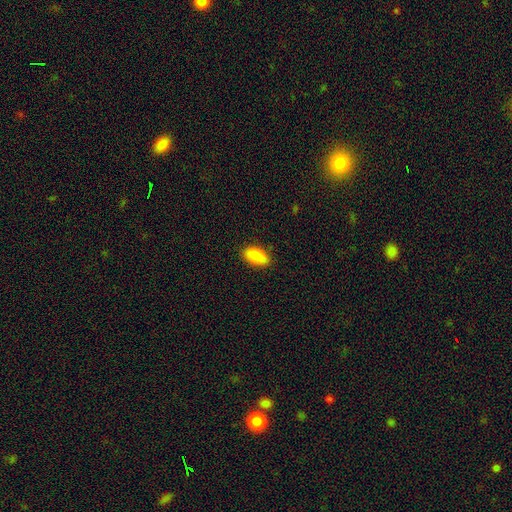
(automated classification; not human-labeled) This is clearly a smooth galaxy (86%). How rounded: clearly in between (91%). Merging: clearly none (86%).